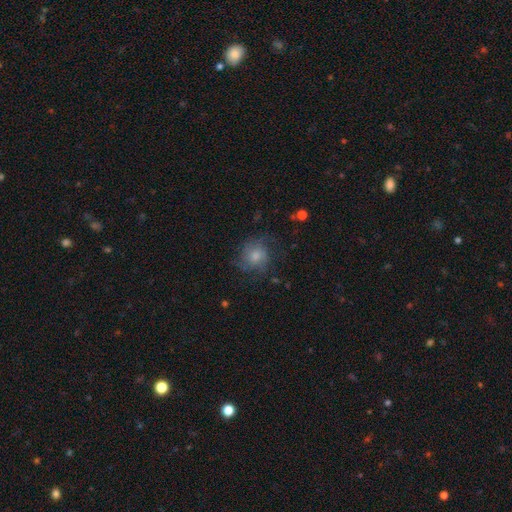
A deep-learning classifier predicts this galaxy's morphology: Smooth or featured? smooth (59%)
How rounded? round (82%)
Merging? none (60%)